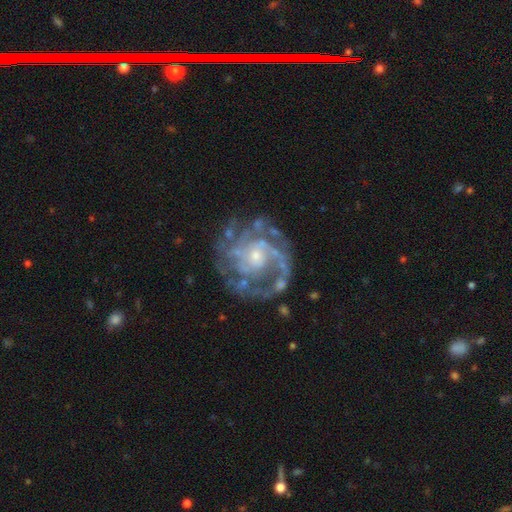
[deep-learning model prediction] Smooth or featured: featured or disk — 88% (star or artifact — 6%)
Edge-on disk: no — 98% (yes — 2%)
Bar: no — 68% (weak — 26%)
Spiral arms: yes — 92% (no — 8%)
Spiral winding: tight — 52% (medium — 37%)
Spiral arm count: can't tell — 30% (2 — 25%)
Bulge size: small — 60% (moderate — 33%)
Merging: none — 69% (minor disturbance — 16%)